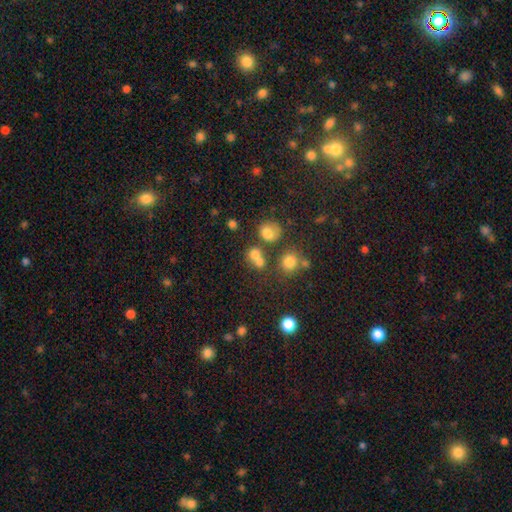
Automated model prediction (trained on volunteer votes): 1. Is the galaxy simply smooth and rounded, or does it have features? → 69% smooth, 20% star or artifact, 10% featured or disk.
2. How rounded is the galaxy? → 76% round, 23% in between, 1% cigar-shaped.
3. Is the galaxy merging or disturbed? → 53% none, 32% merger, 9% minor disturbance, 5% major disturbance.